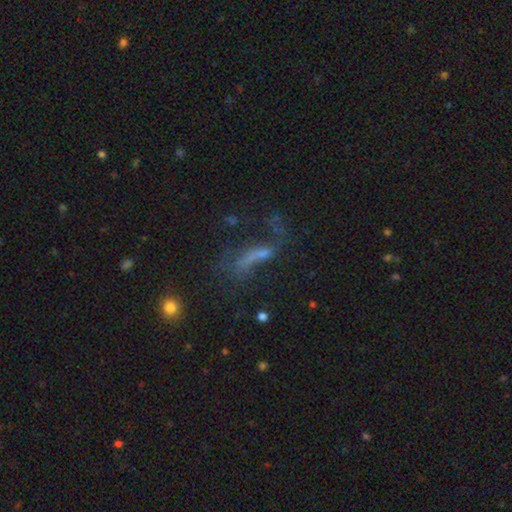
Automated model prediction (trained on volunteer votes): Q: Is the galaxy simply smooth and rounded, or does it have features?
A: featured or disk — 44%.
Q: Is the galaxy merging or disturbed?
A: none — 37%.